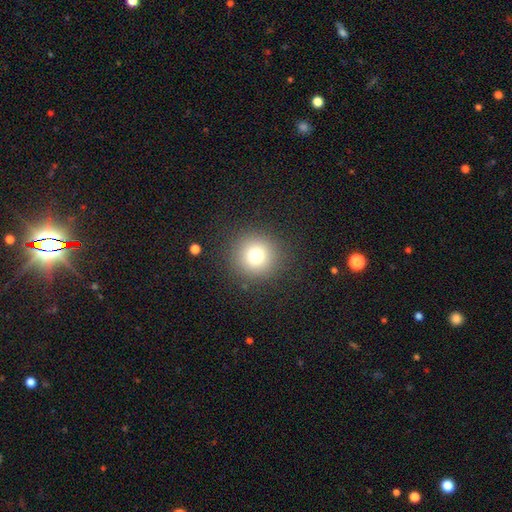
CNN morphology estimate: smooth-or-featured: smooth: 77% | star or artifact: 14% | featured or disk: 9%
  how-rounded: round: 94% | in between: 5% | cigar-shaped: 1%
  merging: none: 89% | minor disturbance: 6% | major disturbance: 3% | merger: 1%